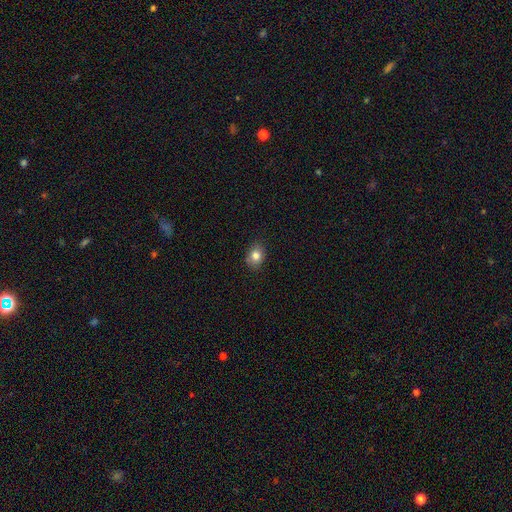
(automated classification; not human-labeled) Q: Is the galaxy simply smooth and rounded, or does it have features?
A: smooth — 82%.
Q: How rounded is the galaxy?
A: in between — 53%.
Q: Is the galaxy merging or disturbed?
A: none — 85%.